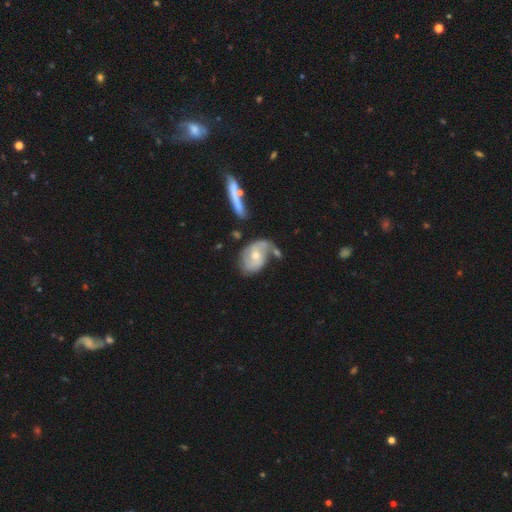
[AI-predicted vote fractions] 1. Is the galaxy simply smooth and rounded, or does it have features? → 68% featured or disk, 26% smooth, 6% star or artifact.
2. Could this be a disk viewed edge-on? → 95% no, 5% yes.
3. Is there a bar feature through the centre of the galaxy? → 60% no, 34% weak, 7% strong.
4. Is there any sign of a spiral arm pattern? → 86% yes, 14% no.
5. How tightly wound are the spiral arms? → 41% medium, 29% tight, 29% loose.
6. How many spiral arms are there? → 65% 2, 18% can't tell, 9% 1, 5% 3, 2% 4, 2% more than 4.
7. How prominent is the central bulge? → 58% moderate, 36% small, 3% large, 2% none, 1% dominant.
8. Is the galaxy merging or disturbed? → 44% none, 25% minor disturbance, 17% merger, 14% major disturbance.